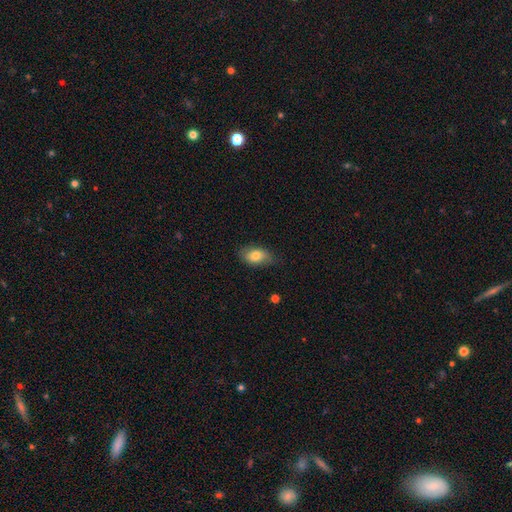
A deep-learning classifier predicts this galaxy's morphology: A smooth galaxy with no disk features (78%) that is in between round and cigar-shaped (90%). Merging: none (78%).